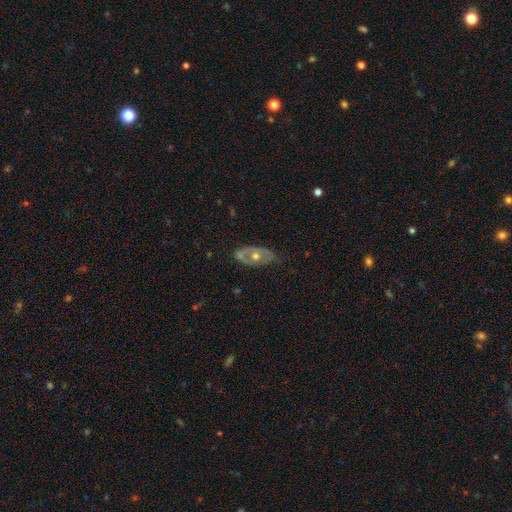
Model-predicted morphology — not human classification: Q: Smooth or featured?
A: featured or disk (61%); runner-up: smooth (32%)
Q: Edge-on disk?
A: no (87%); runner-up: yes (13%)
Q: Bar?
A: no (88%); runner-up: weak (10%)
Q: Spiral arms?
A: no (74%); runner-up: yes (26%)
Q: Bulge size?
A: moderate (75%); runner-up: small (15%)
Q: Merging?
A: none (63%); runner-up: minor disturbance (26%)